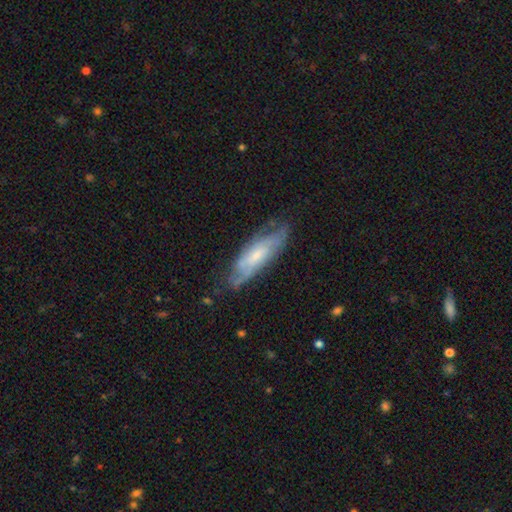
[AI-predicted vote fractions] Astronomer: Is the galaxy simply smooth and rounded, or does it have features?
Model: featured or disk — 62%.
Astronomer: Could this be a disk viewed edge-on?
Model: no — 72%.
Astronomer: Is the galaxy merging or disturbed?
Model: none — 66%.